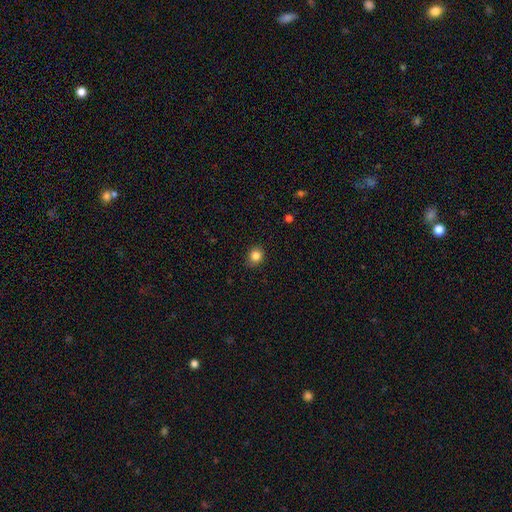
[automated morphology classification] Overall: smooth (84%). How rounded: round (74%). Merging: none (82%).